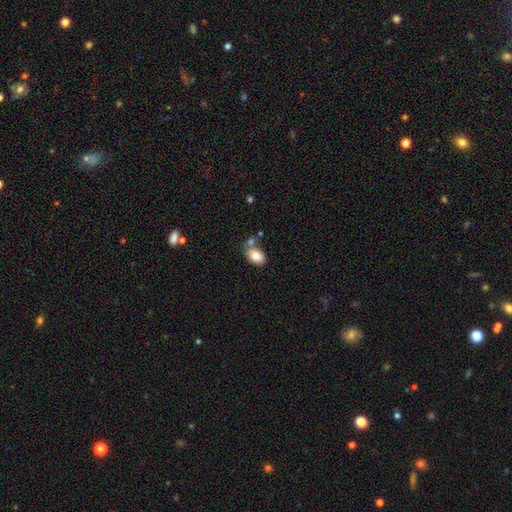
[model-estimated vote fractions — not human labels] Smooth or featured?
  - smooth: 84% *
  - featured or disk: 9%
  - star or artifact: 8%
How rounded?
  - in between: 86% *
  - round: 12%
  - cigar-shaped: 1%
Merging?
  - none: 54% *
  - merger: 24%
  - minor disturbance: 17%
  - major disturbance: 5%